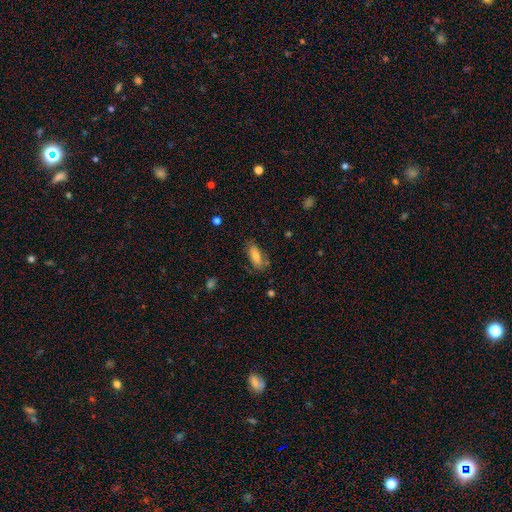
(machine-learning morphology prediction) This is likely a smooth galaxy (71%). How rounded: clearly in between (81%). Merging: likely none (71%).